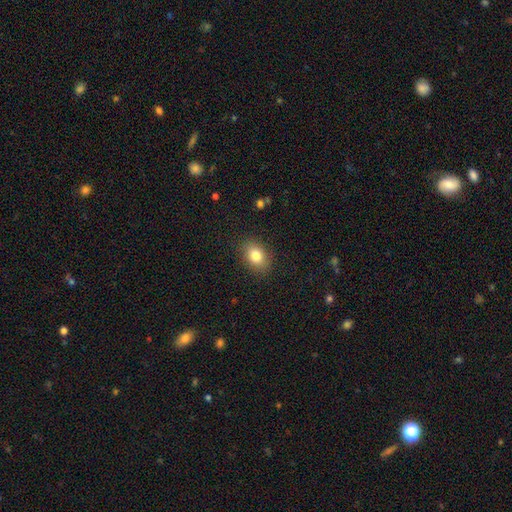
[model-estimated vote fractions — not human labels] Smooth or featured? Predicted: smooth (p=0.82). How rounded? Predicted: in between (p=0.68). Merging? Predicted: none (p=0.87).